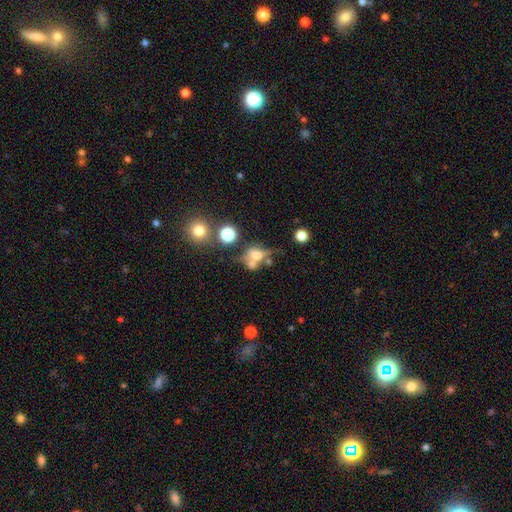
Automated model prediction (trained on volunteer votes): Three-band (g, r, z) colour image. It shows a smooth galaxy with no disk features (56%) that is round (49%). Merging: none (36%).